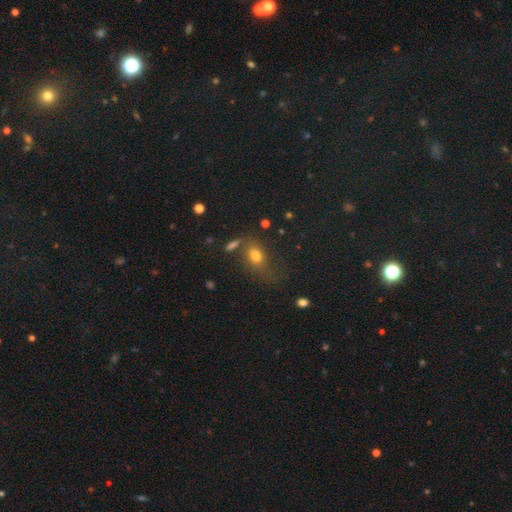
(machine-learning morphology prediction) smooth-or-featured: smooth: 72% | star or artifact: 15% | featured or disk: 14%
  how-rounded: in between: 69% | round: 27% | cigar-shaped: 4%
  merging: none: 55% | minor disturbance: 19% | major disturbance: 14% | merger: 11%